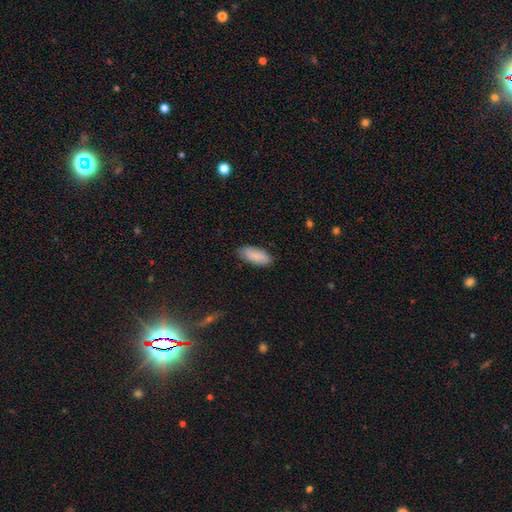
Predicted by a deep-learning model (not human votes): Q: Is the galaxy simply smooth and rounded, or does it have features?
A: smooth — 88%.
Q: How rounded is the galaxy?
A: in between — 85%.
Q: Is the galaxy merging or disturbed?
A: none — 82%.